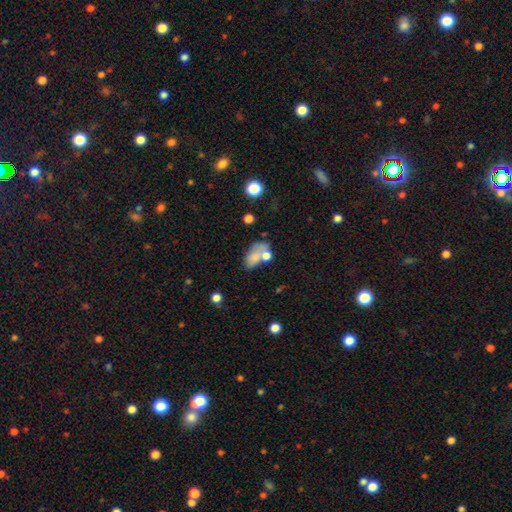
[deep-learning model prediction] The model was most divided on "merging": merger: 37%, none: 30%, minor disturbance: 18%, major disturbance: 15%. More confident: how rounded — in between (86%); smooth or featured — smooth (70%).